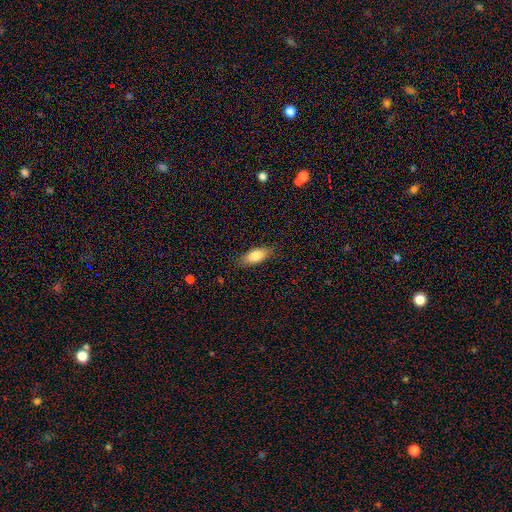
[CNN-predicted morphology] This is clearly a smooth galaxy (81%). How rounded: clearly in between (81%). Merging: clearly none (84%).